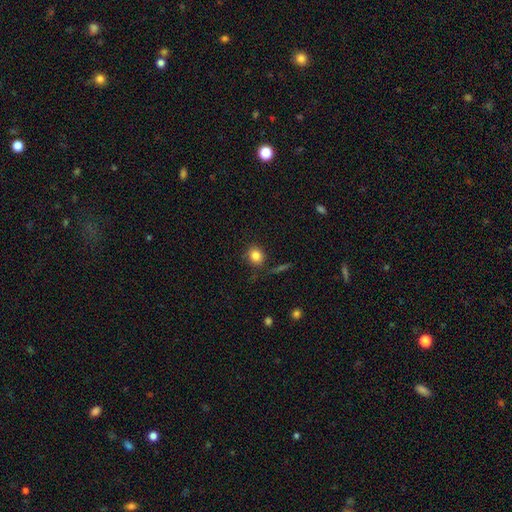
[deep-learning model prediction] Smooth or featured?
  - smooth: 83% *
  - star or artifact: 10%
  - featured or disk: 7%
How rounded?
  - round: 76% *
  - in between: 23%
  - cigar-shaped: 1%
Merging?
  - none: 82% *
  - minor disturbance: 11%
  - major disturbance: 3%
  - merger: 3%